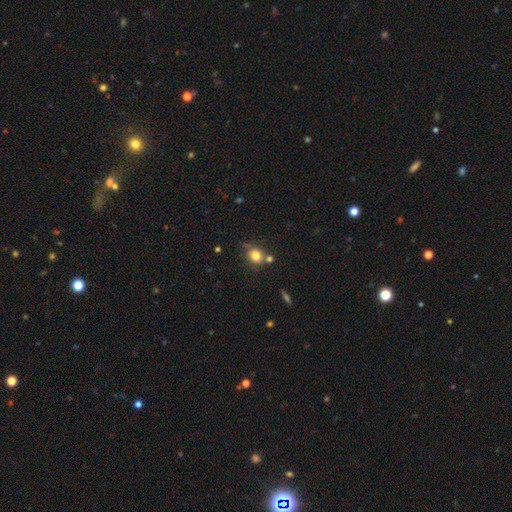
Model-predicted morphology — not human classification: A smooth galaxy with no disk features (79%) that is round (77%). Merging: none (66%).